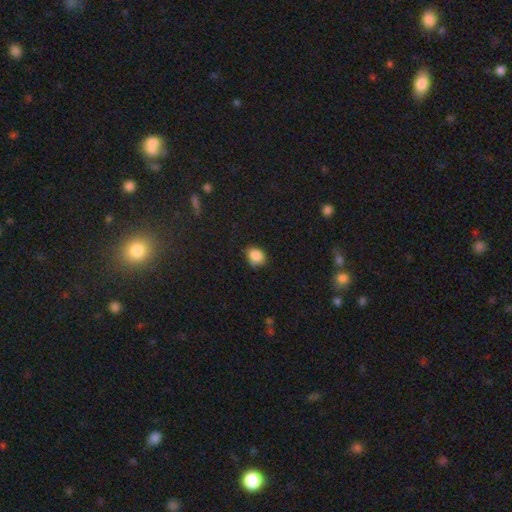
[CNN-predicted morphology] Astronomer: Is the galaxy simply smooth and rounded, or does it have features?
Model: smooth — 87%.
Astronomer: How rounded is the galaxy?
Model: round — 57% (runner-up: in between, 42%).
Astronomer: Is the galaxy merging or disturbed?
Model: none — 68%.